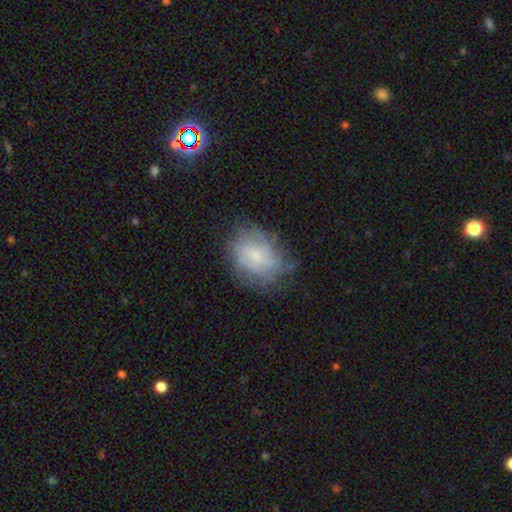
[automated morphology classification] smooth_or_featured: smooth (p=0.48) [alt: featured or disk p=0.41]
merging: none (p=0.62) [alt: minor disturbance p=0.25]